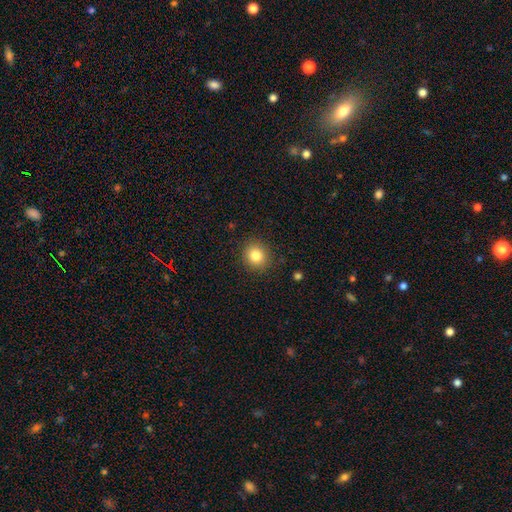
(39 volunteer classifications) A smooth galaxy with no disk features (82%) that is round (94%). Merging: none (81%).